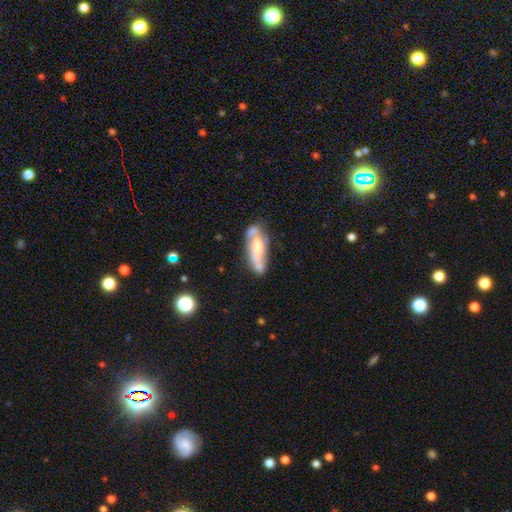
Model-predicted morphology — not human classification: Overall: smooth (47%; featured or disk 46%). Merging: none (44%; minor disturbance 24%).